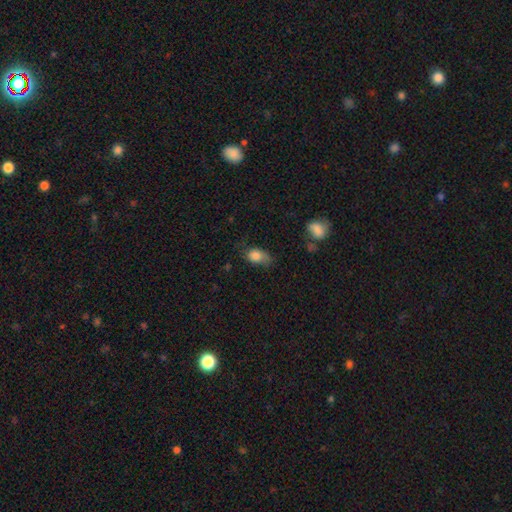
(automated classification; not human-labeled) Overall: smooth (81%). How rounded: in between (80%). Merging: none (45%; minor disturbance 37%).